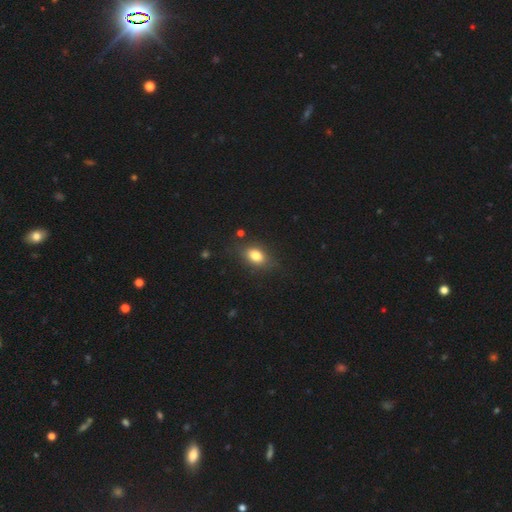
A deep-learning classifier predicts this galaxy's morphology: type=smooth (80%); roundness=in between (75%); merging=none (80%).